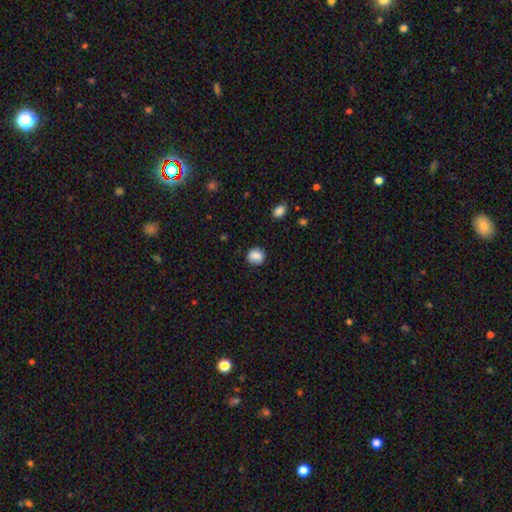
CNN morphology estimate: Smooth or featured: smooth — 87% (star or artifact — 9%)
How rounded: round — 79% (in between — 20%)
Merging: none — 82% (minor disturbance — 14%)